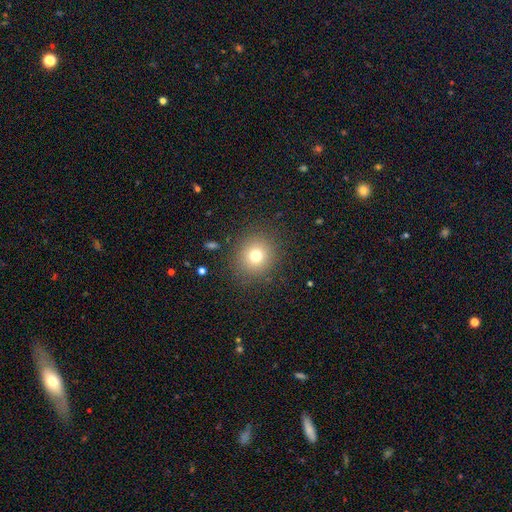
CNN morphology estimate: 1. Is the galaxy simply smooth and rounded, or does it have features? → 75% smooth, 15% star or artifact, 10% featured or disk.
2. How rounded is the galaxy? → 90% round, 10% in between, 1% cigar-shaped.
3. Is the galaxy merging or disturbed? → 88% none, 7% minor disturbance, 3% major disturbance, 1% merger.